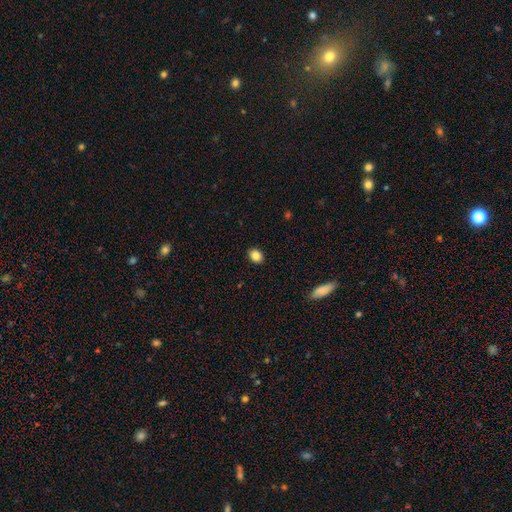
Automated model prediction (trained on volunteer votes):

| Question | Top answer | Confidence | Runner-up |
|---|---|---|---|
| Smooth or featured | smooth | 85% | star or artifact (9%) |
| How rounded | in between | 63% | round (36%) |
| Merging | none | 90% | minor disturbance (7%) |